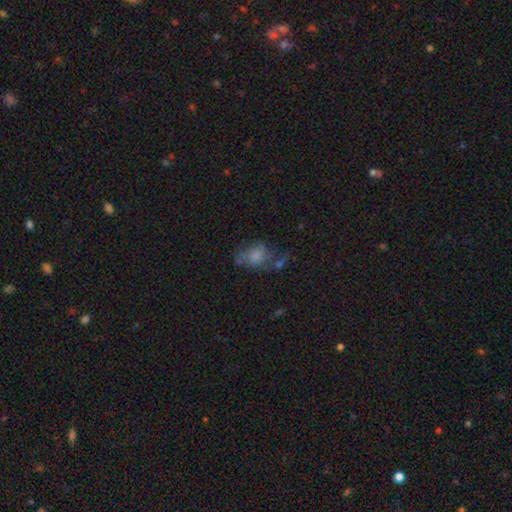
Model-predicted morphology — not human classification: smooth_or_featured: smooth (p=0.48) [alt: featured or disk p=0.40]
merging: major disturbance (p=0.34) [alt: none p=0.33]